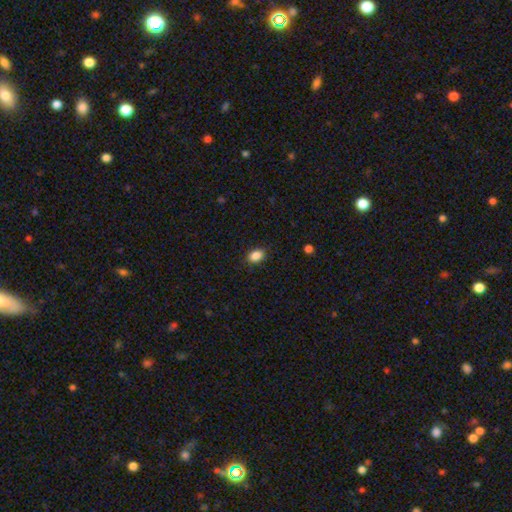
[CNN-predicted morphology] Smooth or featured? smooth (88%)
How rounded? in between (81%)
Merging? none (86%)